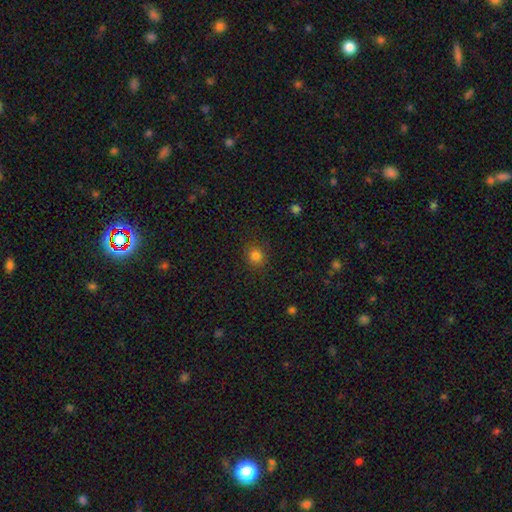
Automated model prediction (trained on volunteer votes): Smooth or featured? smooth (82%)
How rounded? round (86%)
Merging? none (88%)